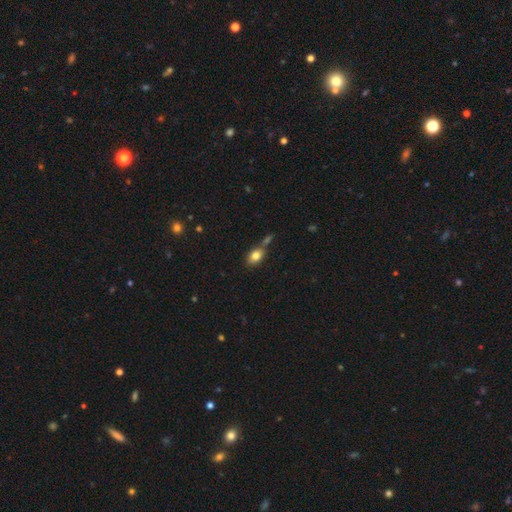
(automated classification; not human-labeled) Smooth or featured: smooth — 81% (featured or disk — 10%)
How rounded: in between — 83% (round — 15%)
Merging: none — 55% (merger — 24%)